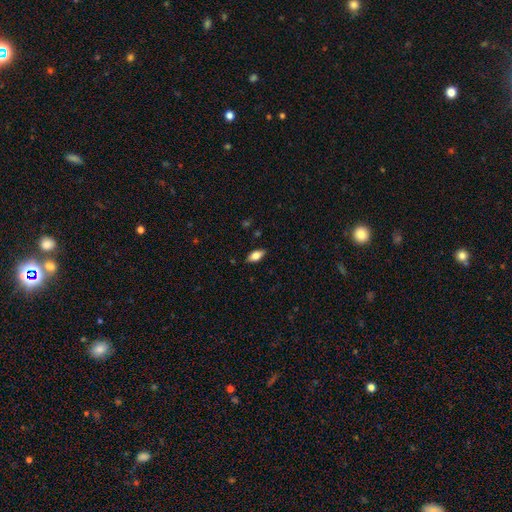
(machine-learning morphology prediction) Overall: smooth (72%). How rounded: in between (87%). Merging: none (86%).